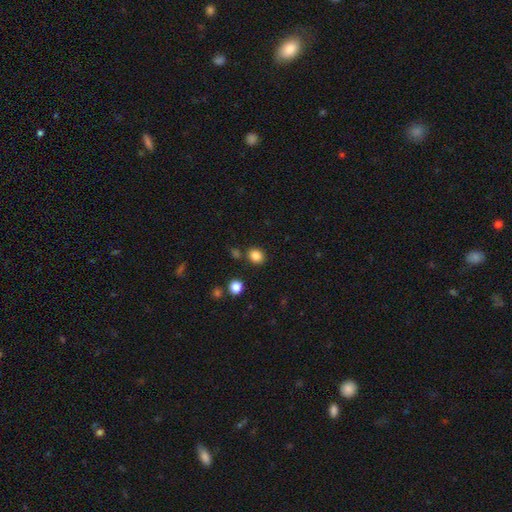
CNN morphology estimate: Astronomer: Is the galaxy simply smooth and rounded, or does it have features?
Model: smooth — 84%.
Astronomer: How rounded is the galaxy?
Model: round — 67%.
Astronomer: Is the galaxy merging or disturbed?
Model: none — 82%.